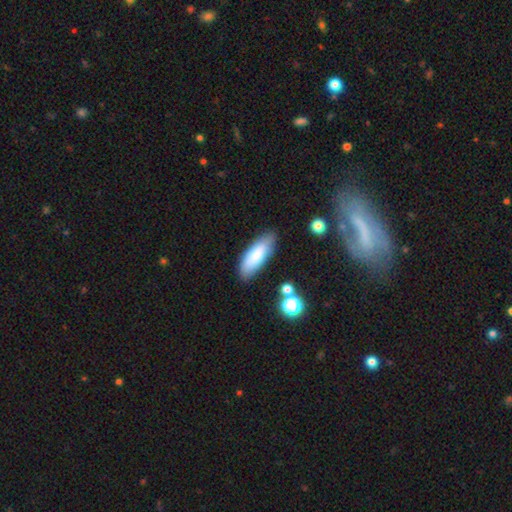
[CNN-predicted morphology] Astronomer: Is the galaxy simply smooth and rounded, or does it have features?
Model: smooth — 83%.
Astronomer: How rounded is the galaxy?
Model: in between — 62%.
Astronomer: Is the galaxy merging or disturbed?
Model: none — 81%.